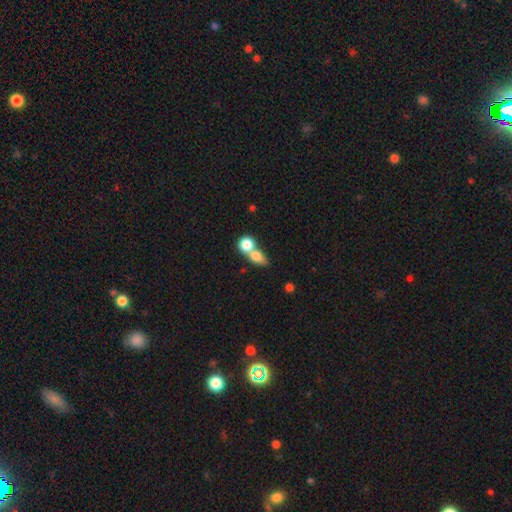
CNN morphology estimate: type=smooth (75%); roundness=in between (48%); merging=merger (63%).